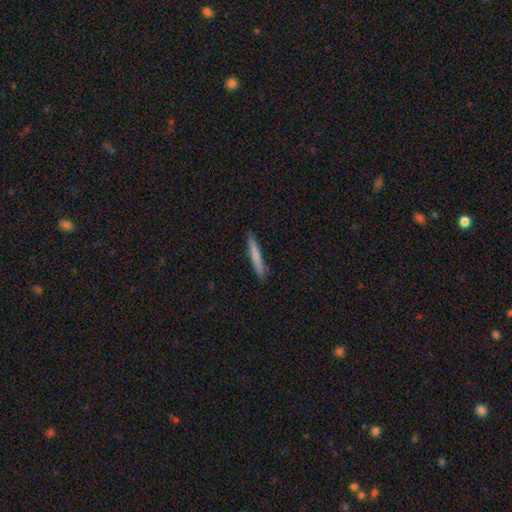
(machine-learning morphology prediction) Smooth or featured: smooth — 74% (featured or disk — 21%)
How rounded: cigar-shaped — 96% (in between — 3%)
Merging: none — 89% (minor disturbance — 8%)